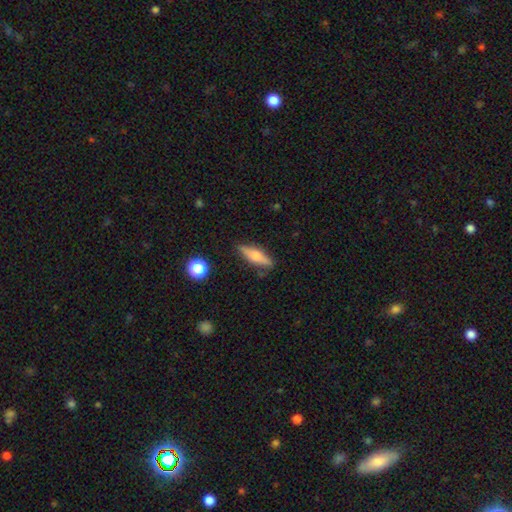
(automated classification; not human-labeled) smooth-or-featured: smooth: 54% | featured or disk: 38% | star or artifact: 8%
  how-rounded: cigar-shaped: 59% | in between: 38% | round: 3%
  merging: none: 84% | minor disturbance: 12% | major disturbance: 3% | merger: 2%